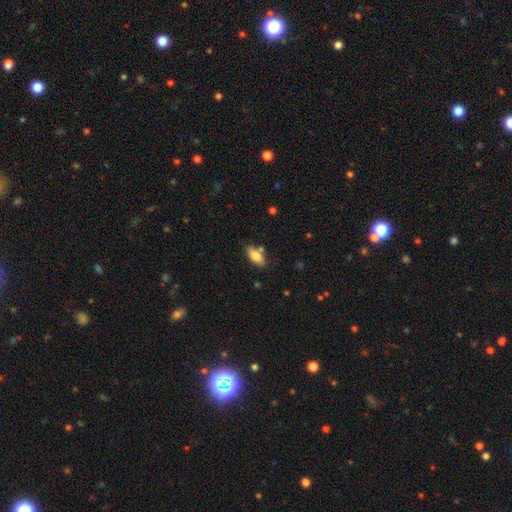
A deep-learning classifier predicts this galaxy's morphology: A smooth galaxy with no disk features (81%) that is in between round and cigar-shaped (83%).

Vote fractions:
- Smooth or featured? smooth: 81% / featured or disk: 12% / star or artifact: 7%
- How rounded? in between: 83% / cigar-shaped: 14% / round: 3%
- Merging? none: 75% / minor disturbance: 14% / merger: 8% / major disturbance: 3%